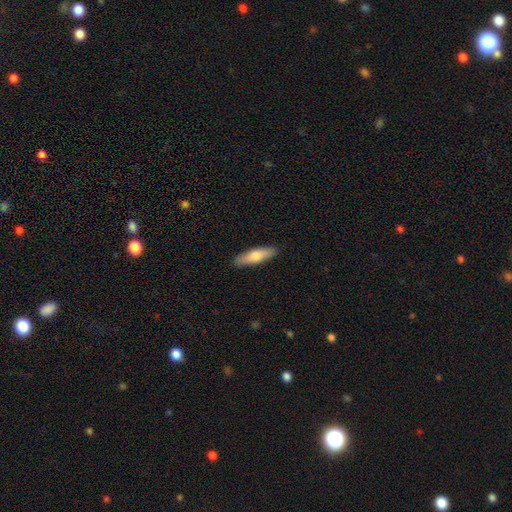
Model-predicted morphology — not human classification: Smooth or featured: smooth — 67% (featured or disk — 27%)
How rounded: cigar-shaped — 64% (in between — 34%)
Merging: none — 90% (minor disturbance — 7%)